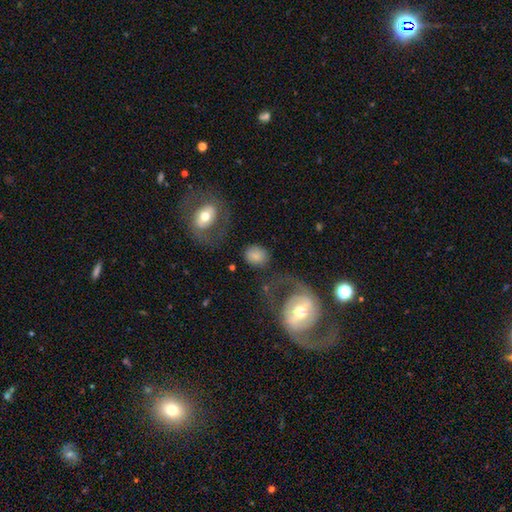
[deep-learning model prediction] Smooth or featured? Predicted: smooth (p=0.71). How rounded? Predicted: round (p=0.65). Merging? Predicted: none (p=0.62).